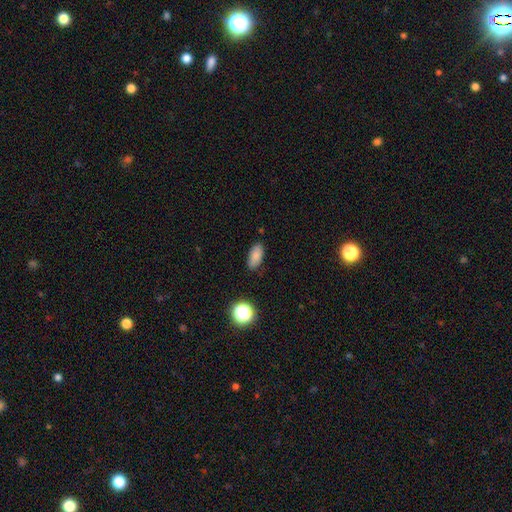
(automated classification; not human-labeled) Smooth or featured? smooth (83%)
How rounded? in between (88%)
Merging? none (84%)